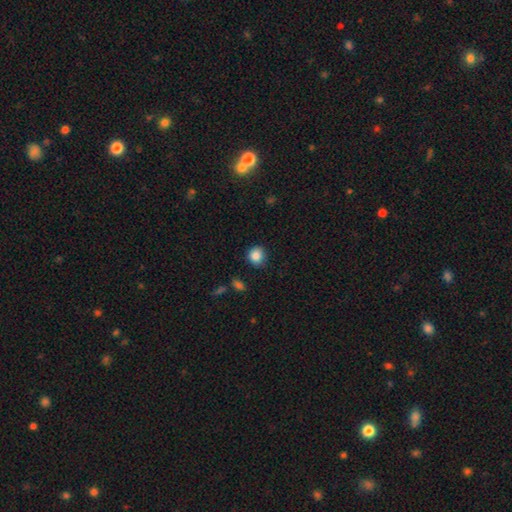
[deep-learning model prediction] smooth_or_featured: smooth (p=0.86) [alt: star or artifact p=0.10]
how_rounded: round (p=0.83) [alt: in between p=0.16]
merging: none (p=0.84) [alt: minor disturbance p=0.12]